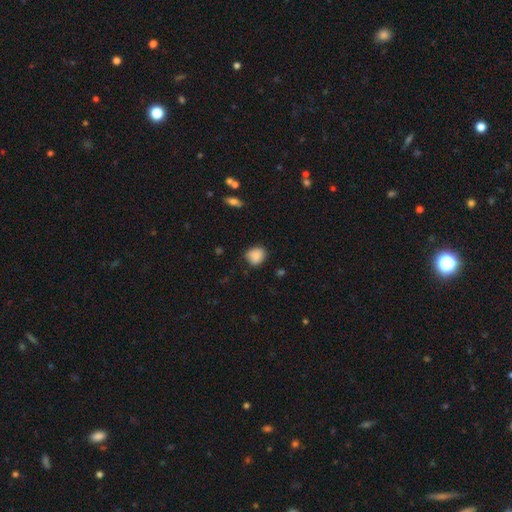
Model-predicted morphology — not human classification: smooth-or-featured: smooth: 87% | star or artifact: 8% | featured or disk: 5%
  how-rounded: round: 74% | in between: 25% | cigar-shaped: 1%
  merging: none: 79% | minor disturbance: 17% | major disturbance: 3% | merger: 1%